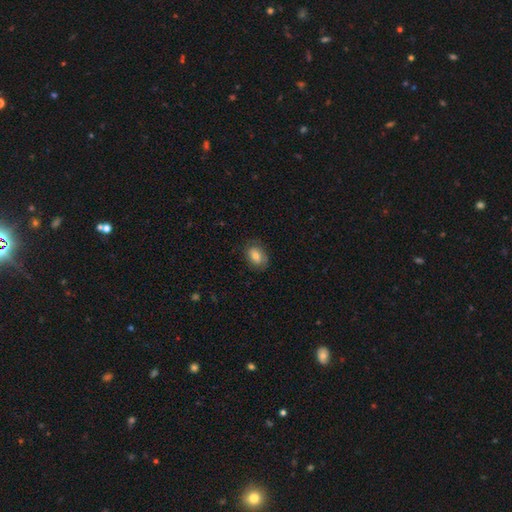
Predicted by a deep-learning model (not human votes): Smooth or featured: smooth — 72% (featured or disk — 20%)
How rounded: in between — 82% (round — 17%)
Merging: none — 75% (minor disturbance — 18%)